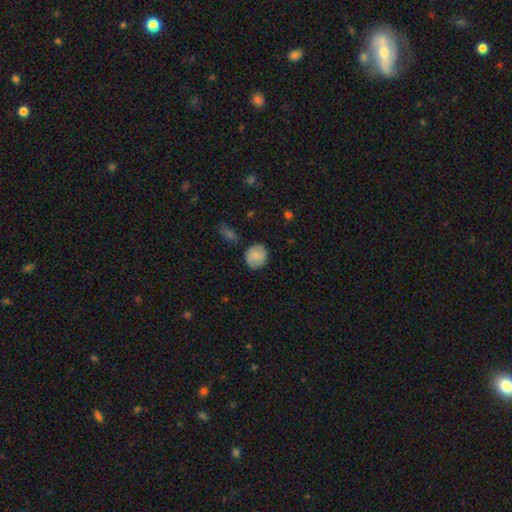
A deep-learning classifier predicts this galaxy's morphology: smooth 78%, featured or disk 15%, star or artifact 8%. Down the decision tree: how rounded — round (77%); merging — none (81%).